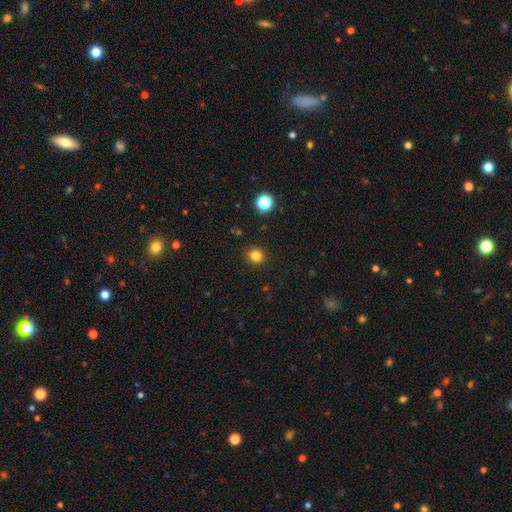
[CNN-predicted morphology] smooth 82%, star or artifact 14%, featured or disk 4%. Down the decision tree: how rounded — round (84%); merging — none (91%).